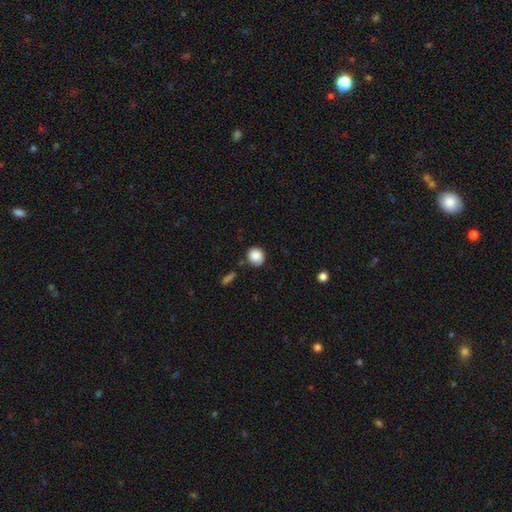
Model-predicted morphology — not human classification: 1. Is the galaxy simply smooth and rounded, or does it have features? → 87% smooth, 9% star or artifact, 4% featured or disk.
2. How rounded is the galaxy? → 84% round, 15% in between, 1% cigar-shaped.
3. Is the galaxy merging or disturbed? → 82% none, 12% minor disturbance, 4% merger, 3% major disturbance.